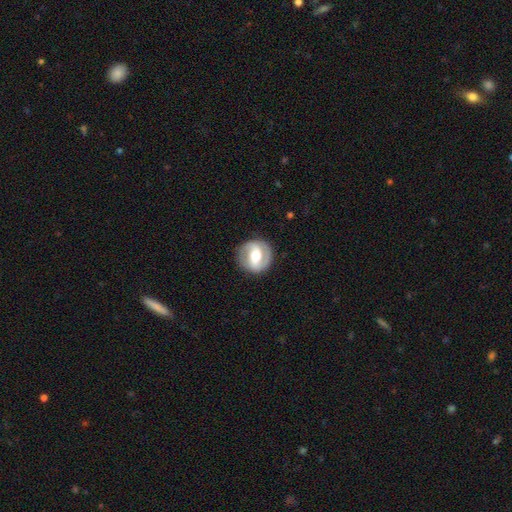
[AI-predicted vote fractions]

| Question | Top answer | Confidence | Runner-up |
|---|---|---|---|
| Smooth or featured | featured or disk | 72% | smooth (23%) |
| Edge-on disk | no | 96% | yes (4%) |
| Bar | strong | 53% | weak (31%) |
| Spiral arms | yes | 66% | no (34%) |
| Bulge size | moderate | 68% | large (16%) |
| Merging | none | 87% | minor disturbance (9%) |